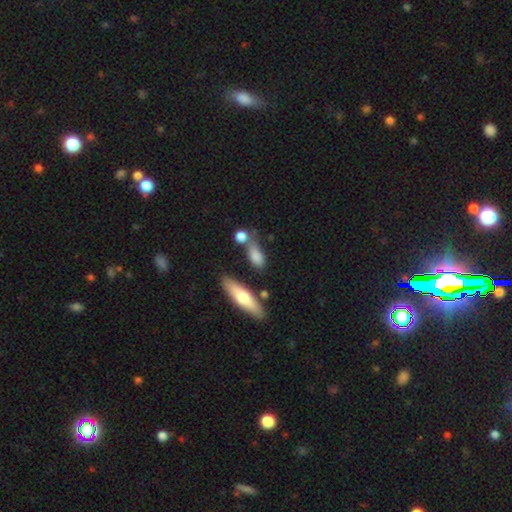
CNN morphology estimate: A smooth galaxy with no disk features (80%) that is in between round and cigar-shaped (67%).

Vote fractions:
- Smooth or featured? smooth: 80% / featured or disk: 12% / star or artifact: 8%
- How rounded? in between: 67% / cigar-shaped: 22% / round: 11%
- Merging? none: 53% / merger: 21% / minor disturbance: 19% / major disturbance: 8%